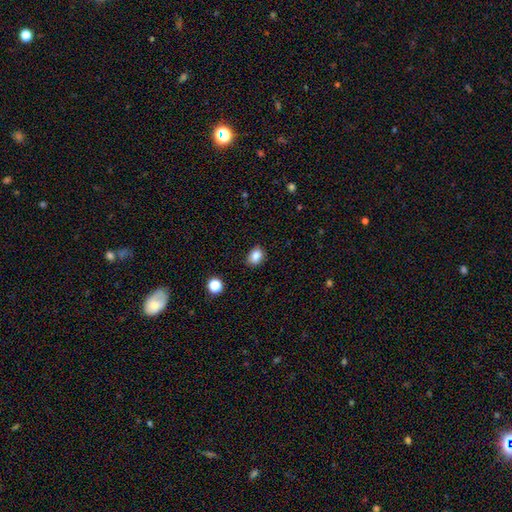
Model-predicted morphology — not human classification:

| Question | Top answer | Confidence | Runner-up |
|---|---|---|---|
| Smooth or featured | smooth | 85% | star or artifact (10%) |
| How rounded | in between | 64% | round (35%) |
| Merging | none | 84% | minor disturbance (12%) |